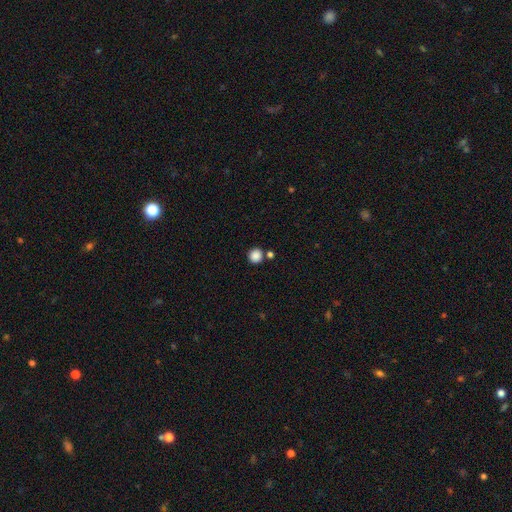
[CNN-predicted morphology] Smooth or featured? smooth (87%)
How rounded? round (93%)
Merging? none (79%)